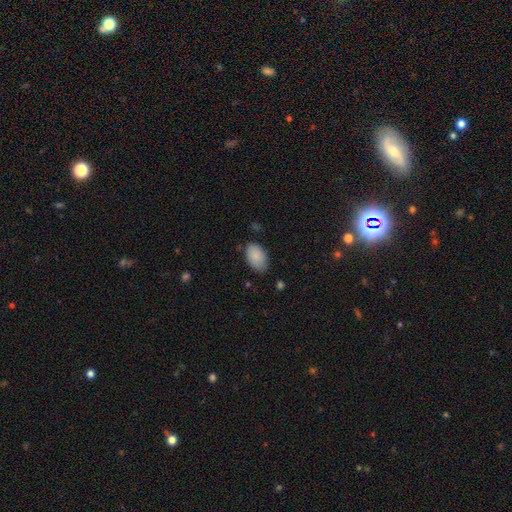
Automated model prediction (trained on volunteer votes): A smooth galaxy with no disk features (88%) that is in between round and cigar-shaped (92%). Merging: none (74%).